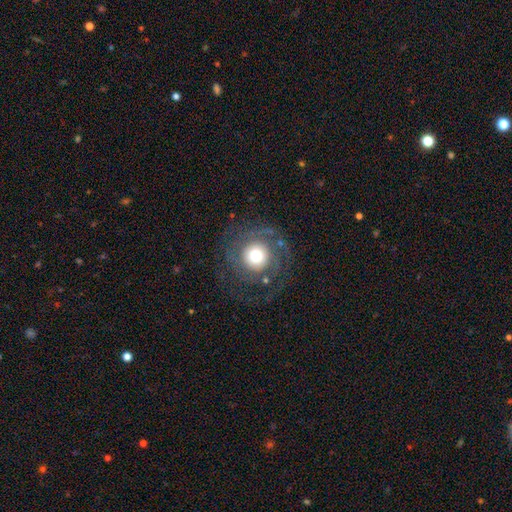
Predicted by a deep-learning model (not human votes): Morphology: type=featured or disk (61%); edge-on=no (97%); bar=no (85%); spiral arms=yes (82%); bulge=large (48%); merging=none (69%).